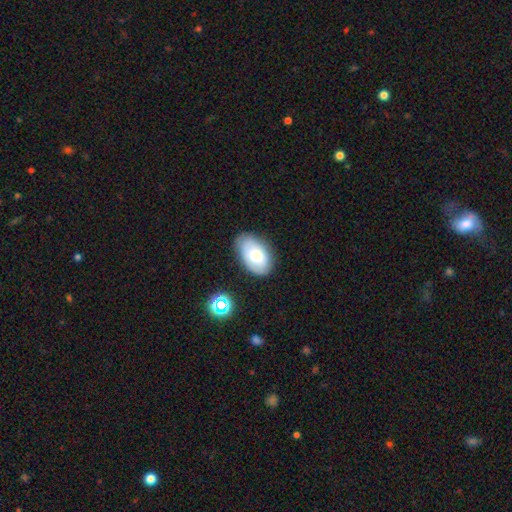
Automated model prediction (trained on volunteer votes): Smooth or featured? smooth (71%)
How rounded? in between (93%)
Merging? none (74%)